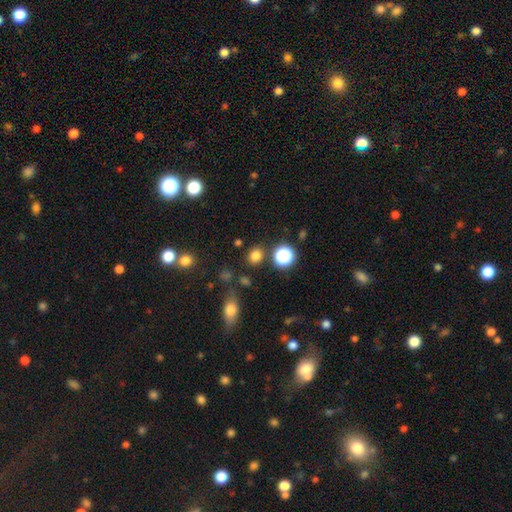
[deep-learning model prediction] Q: Smooth or featured?
A: smooth (78%); runner-up: star or artifact (17%)
Q: How rounded?
A: round (80%); runner-up: in between (19%)
Q: Merging?
A: none (83%); runner-up: minor disturbance (8%)